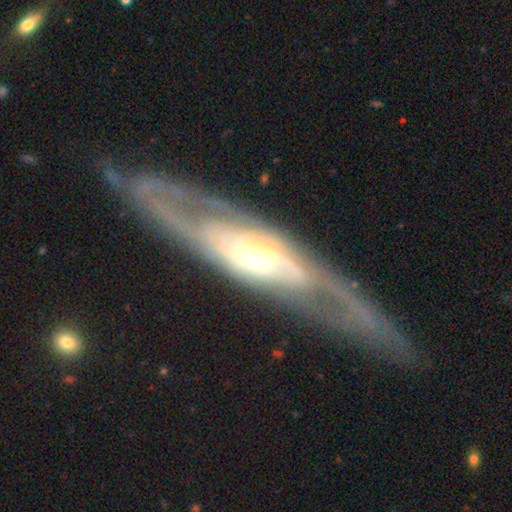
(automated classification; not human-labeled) smooth_or_featured: featured or disk (p=0.85) [alt: smooth p=0.09]
disk_edge_on: no (p=0.69) [alt: yes p=0.31]
bar: no (p=0.60) [alt: weak p=0.26]
has_spiral_arms: yes (p=0.77) [alt: no p=0.23]
bulge_size: moderate (p=0.54) [alt: small p=0.35]
merging: none (p=0.77) [alt: minor disturbance p=0.13]